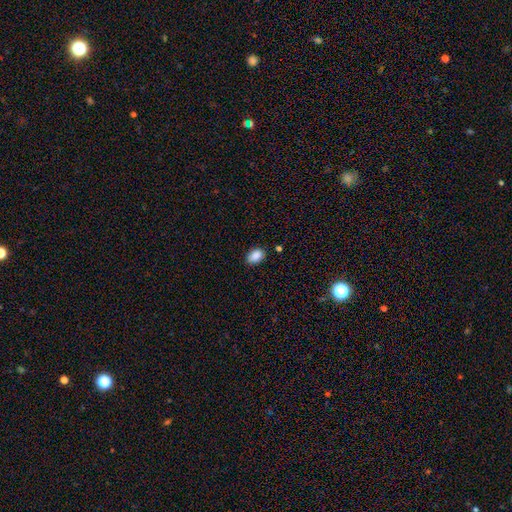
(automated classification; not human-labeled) A smooth galaxy with no disk features (88%) that is in between round and cigar-shaped (85%). Merging: none (84%).